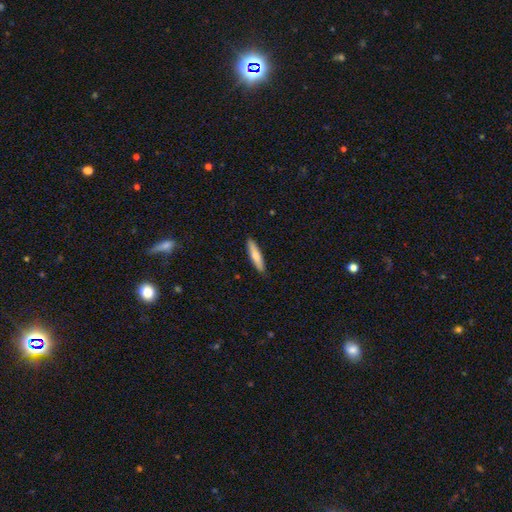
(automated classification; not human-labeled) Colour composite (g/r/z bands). It shows a smooth galaxy with no disk features (73%) that is cigar-shaped (82%). Merging: none (89%).